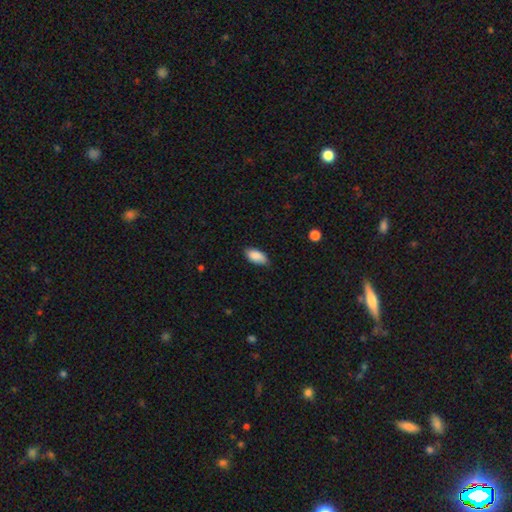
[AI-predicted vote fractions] This appears to be a smooth galaxy with no disk features (88%) that is in between round and cigar-shaped (93%). Merging: none (77%).